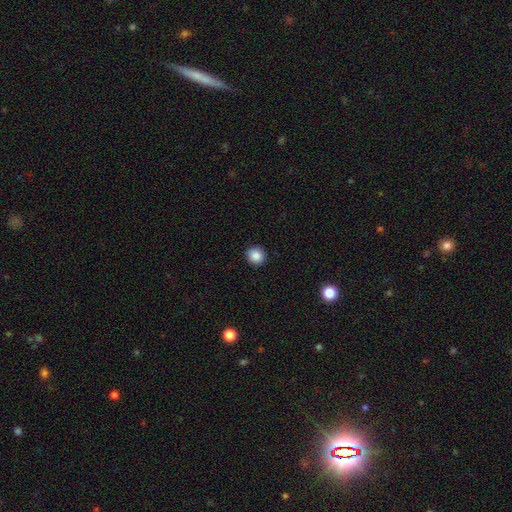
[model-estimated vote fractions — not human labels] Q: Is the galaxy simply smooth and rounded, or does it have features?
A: smooth — 88%.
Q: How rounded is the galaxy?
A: round — 87%.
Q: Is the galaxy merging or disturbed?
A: none — 90%.